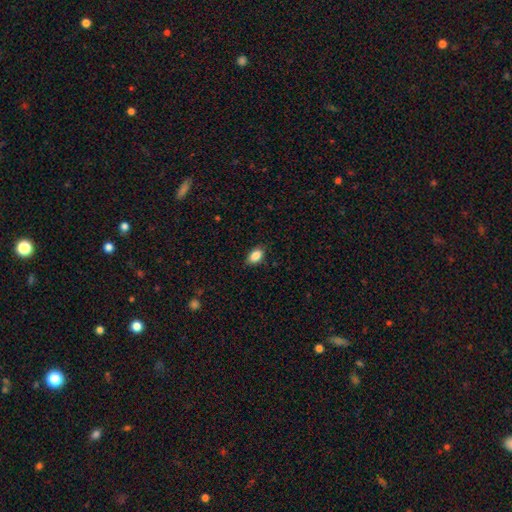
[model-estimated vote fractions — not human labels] Smooth or featured?
  - smooth: 88% *
  - star or artifact: 8%
  - featured or disk: 4%
How rounded?
  - in between: 89% *
  - round: 8%
  - cigar-shaped: 2%
Merging?
  - none: 84% *
  - minor disturbance: 13%
  - major disturbance: 2%
  - merger: 1%